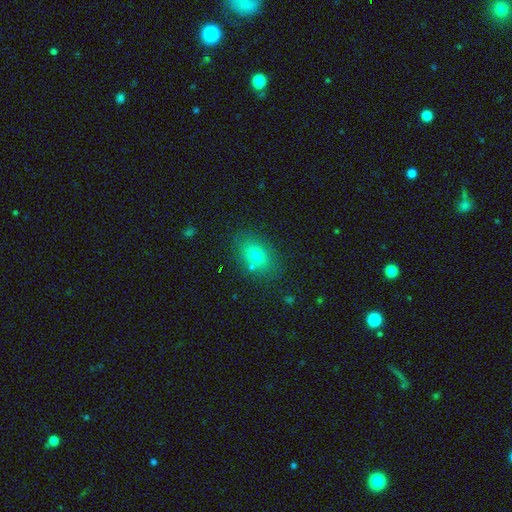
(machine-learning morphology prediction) Overall: smooth (75%). How rounded: in between (77%). Merging: none (77%).